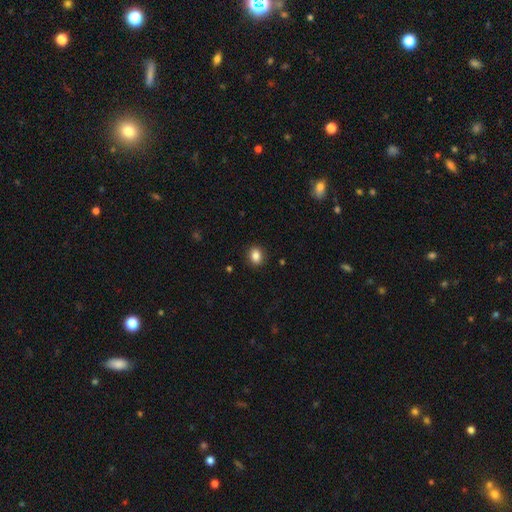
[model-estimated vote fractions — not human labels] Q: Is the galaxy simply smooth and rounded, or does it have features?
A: smooth — 86%.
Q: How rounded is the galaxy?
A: round — 58%.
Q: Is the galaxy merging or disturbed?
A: none — 90%.